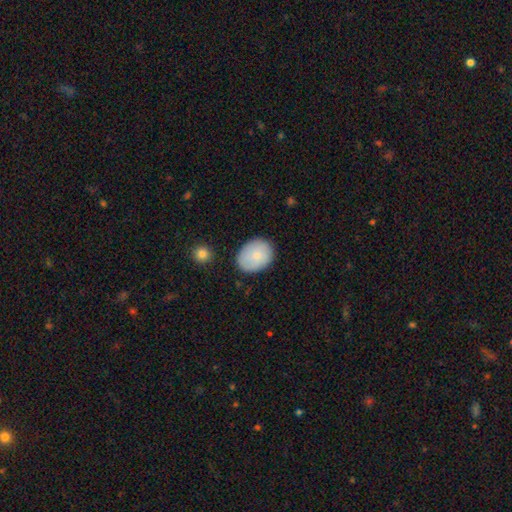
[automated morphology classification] Overall: smooth (80%). How rounded: in between (58%; round 41%). Merging: none (80%).